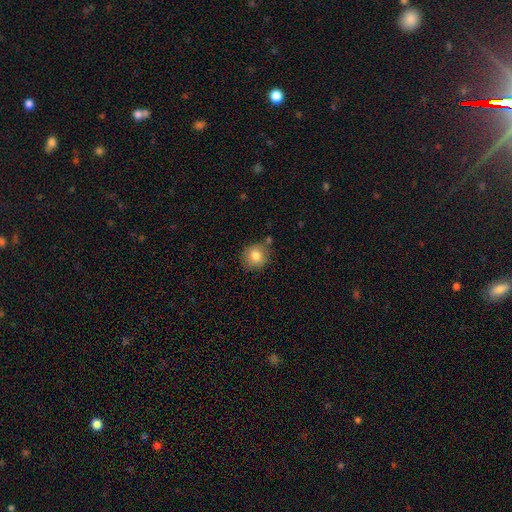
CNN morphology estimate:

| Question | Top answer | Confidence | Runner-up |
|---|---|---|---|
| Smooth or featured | smooth | 82% | star or artifact (9%) |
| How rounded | round | 86% | in between (13%) |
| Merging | none | 77% | minor disturbance (14%) |